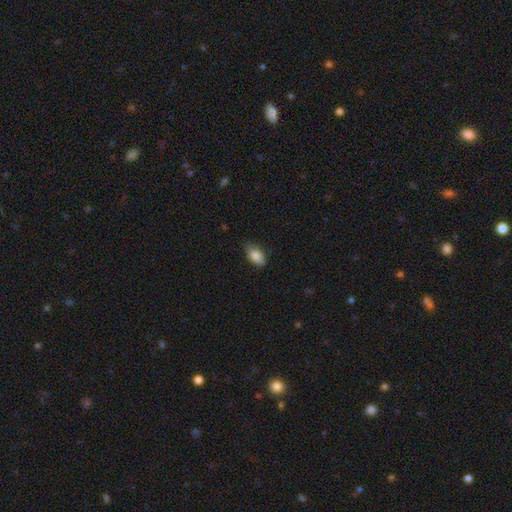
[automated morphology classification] Smooth or featured: smooth — 83% (featured or disk — 9%)
How rounded: in between — 90% (round — 6%)
Merging: none — 72% (minor disturbance — 23%)